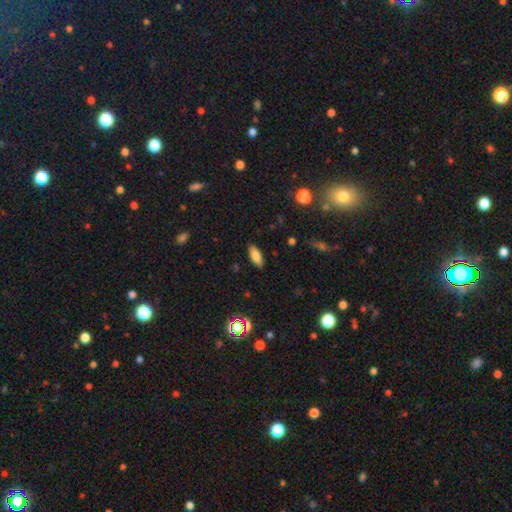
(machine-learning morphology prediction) This is clearly a smooth galaxy (81%). How rounded: likely in between (79%). Merging: clearly none (88%).